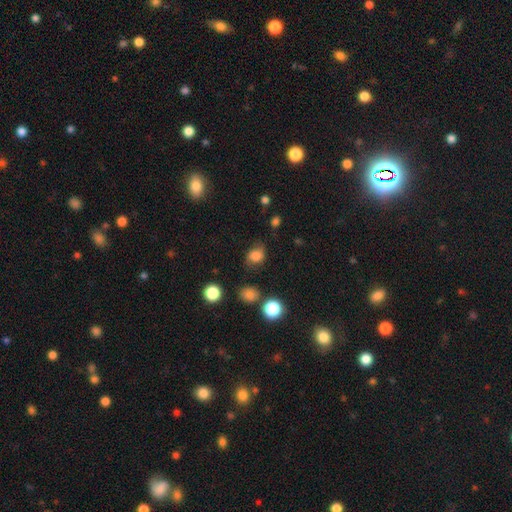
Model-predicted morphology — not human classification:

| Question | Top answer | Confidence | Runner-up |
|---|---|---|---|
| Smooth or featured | smooth | 71% | featured or disk (16%) |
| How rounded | round | 52% | in between (47%) |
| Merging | none | 66% | minor disturbance (23%) |